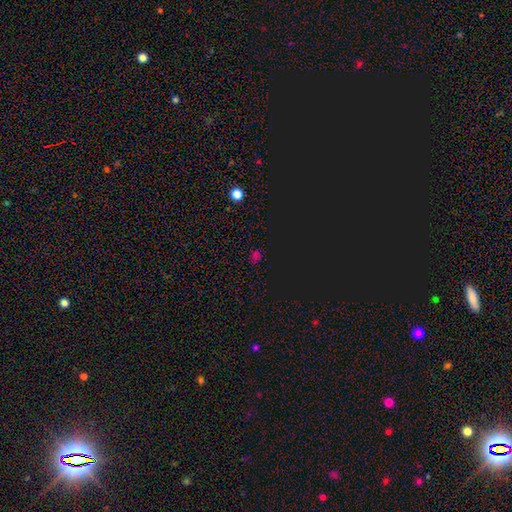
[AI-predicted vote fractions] The model was most divided on "smooth or featured": star or artifact: 54%, smooth: 40%, featured or disk: 6%.